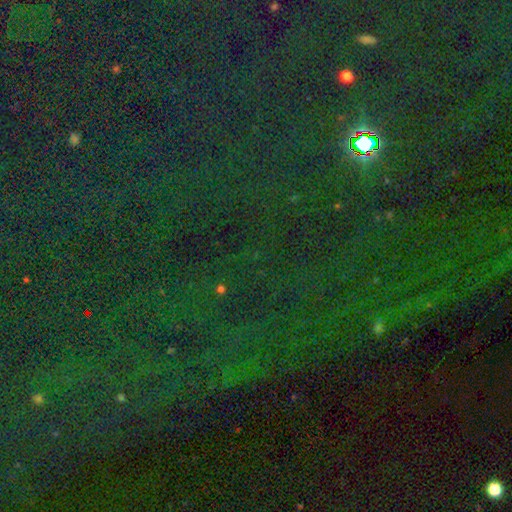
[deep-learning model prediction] A star or artifact, not a galaxy (83%).

Vote fractions:
- Smooth or featured? star or artifact: 83% / smooth: 10% / featured or disk: 8%